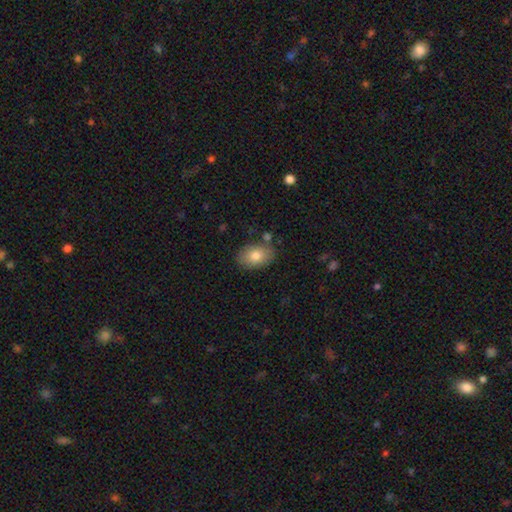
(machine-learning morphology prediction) This appears to be a smooth galaxy with no disk features (79%) that is in between round and cigar-shaped (87%). Merging: none (78%).